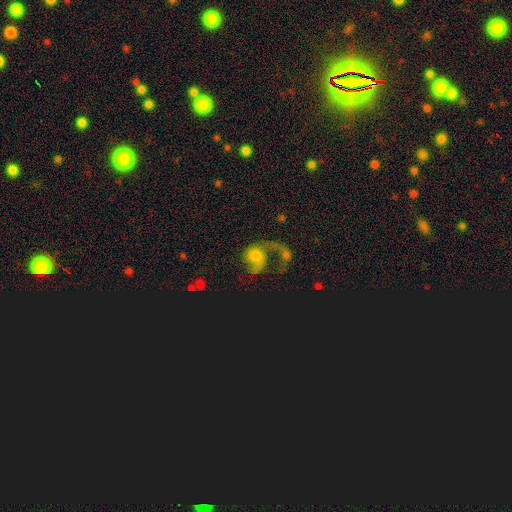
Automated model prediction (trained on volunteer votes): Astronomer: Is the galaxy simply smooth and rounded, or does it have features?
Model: featured or disk — 57%.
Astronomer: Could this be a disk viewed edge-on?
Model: no — 97%.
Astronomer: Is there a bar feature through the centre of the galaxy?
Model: no — 76%.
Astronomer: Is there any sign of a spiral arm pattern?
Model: yes — 77%.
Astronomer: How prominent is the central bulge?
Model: moderate — 47% (runner-up: small, 23%).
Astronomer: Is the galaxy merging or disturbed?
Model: major disturbance — 42% (runner-up: merger, 24%).